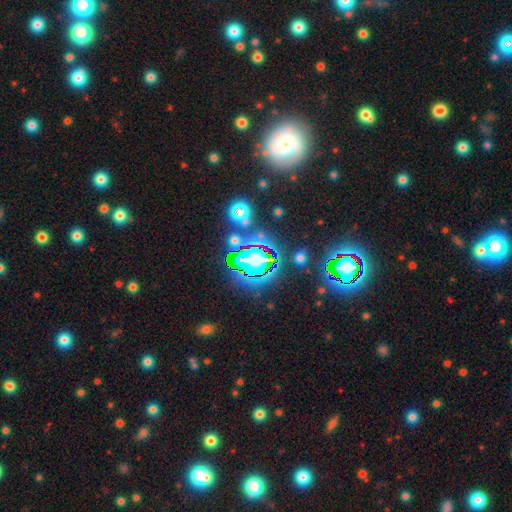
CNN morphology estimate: star or artifact 76%, smooth 14%, featured or disk 11%.